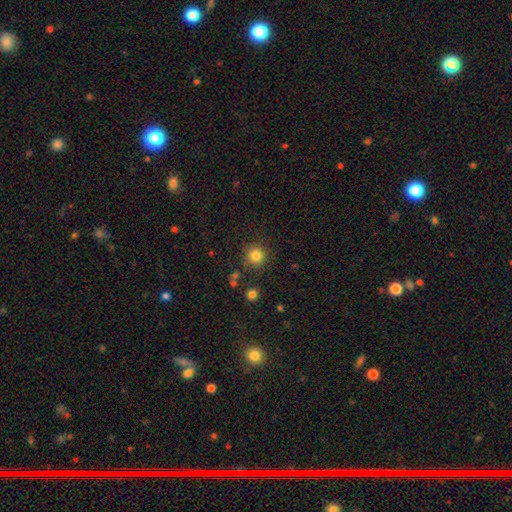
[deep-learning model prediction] smooth-or-featured: smooth: 82% | star or artifact: 13% | featured or disk: 5%
  how-rounded: round: 94% | in between: 5% | cigar-shaped: 1%
  merging: none: 87% | minor disturbance: 7% | major disturbance: 3% | merger: 3%